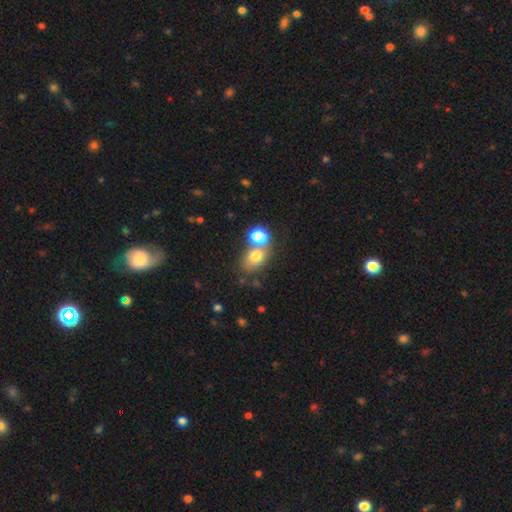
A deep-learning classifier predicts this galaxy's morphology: The model was most divided on "merging": merger: 44%, none: 39%, minor disturbance: 11%, major disturbance: 6%. More confident: smooth or featured — smooth (75%); how rounded — in between (58%).